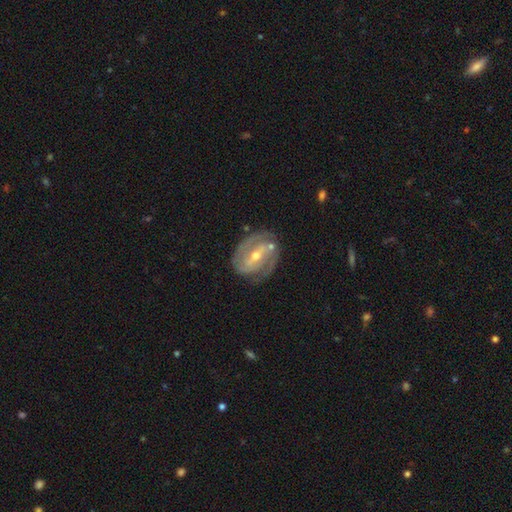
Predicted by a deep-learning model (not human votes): Smooth or featured: featured or disk — 85% (smooth — 10%)
Edge-on disk: no — 96% (yes — 4%)
Bar: strong — 47% (weak — 37%)
Spiral arms: yes — 92% (no — 8%)
Spiral winding: tight — 57% (medium — 35%)
Spiral arm count: 2 — 72% (can't tell — 12%)
Bulge size: moderate — 54% (small — 42%)
Merging: none — 72% (minor disturbance — 18%)